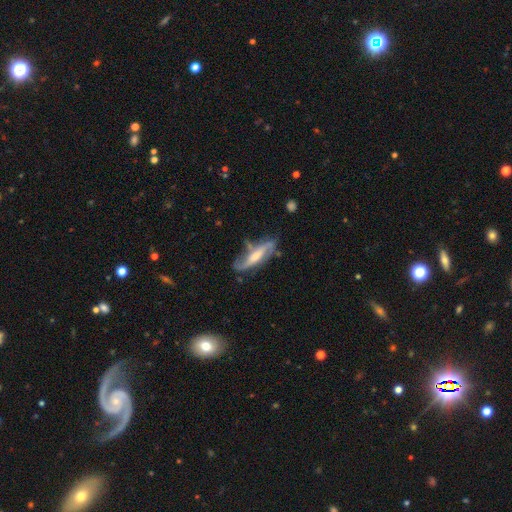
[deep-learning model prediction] A featured or disk galaxy (67%).

Vote fractions:
- Smooth or featured? featured or disk: 67% / smooth: 27% / star or artifact: 6%
- Edge-on disk? no: 65% / yes: 35%
- Merging? none: 51% / minor disturbance: 26% / major disturbance: 16% / merger: 7%